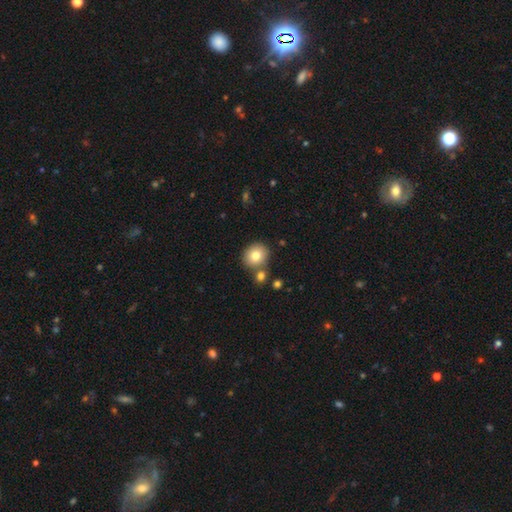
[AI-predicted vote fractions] This appears to be a smooth galaxy with no disk features (78%) that is round (82%). Merging: none (72%).